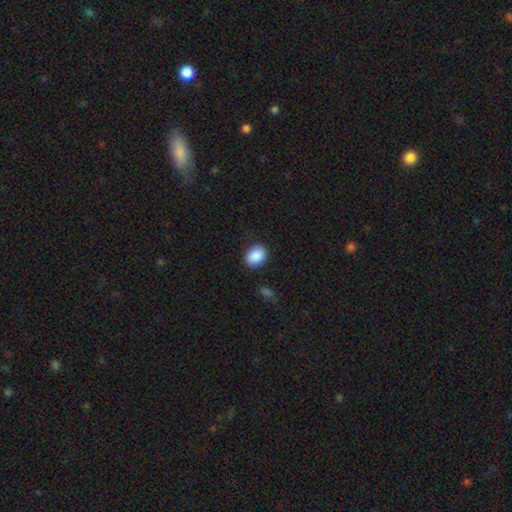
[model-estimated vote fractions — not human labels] smooth_or_featured: smooth (p=0.89) [alt: star or artifact p=0.07]
how_rounded: in between (p=0.65) [alt: round p=0.34]
merging: none (p=0.85) [alt: minor disturbance p=0.10]